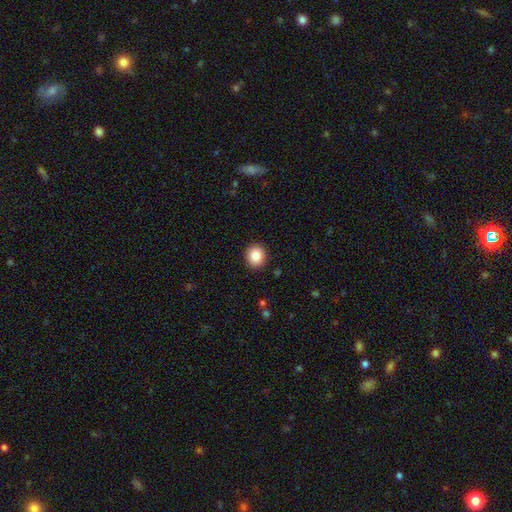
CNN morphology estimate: smooth-or-featured: smooth: 86% | star or artifact: 9% | featured or disk: 5%
  how-rounded: round: 84% | in between: 15% | cigar-shaped: 1%
  merging: none: 91% | minor disturbance: 6% | major disturbance: 2% | merger: 1%